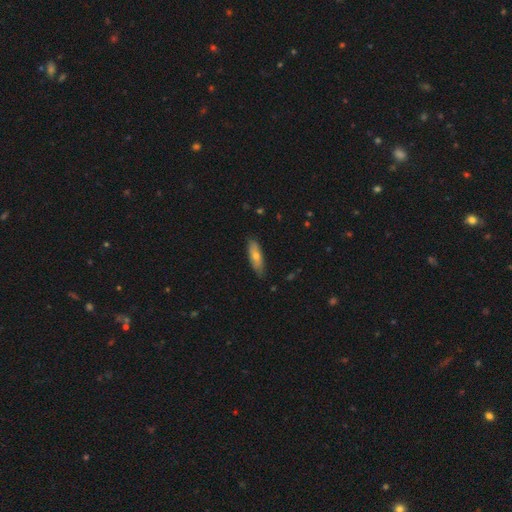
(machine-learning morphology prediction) A smooth galaxy with no disk features (61%) that is cigar-shaped (49%). Merging: none (82%).